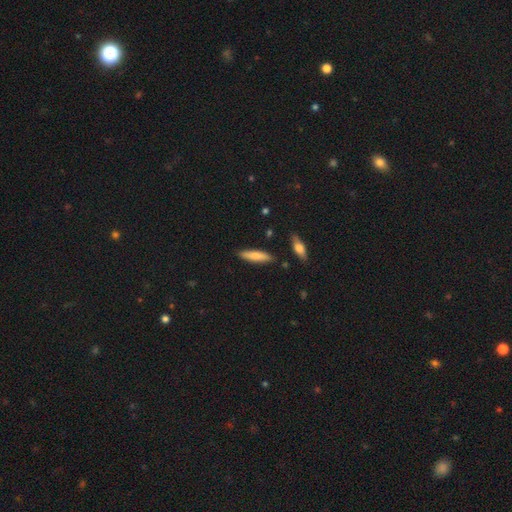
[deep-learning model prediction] A smooth galaxy with no disk features (73%) that is cigar-shaped (74%).

Vote fractions:
- Smooth or featured? smooth: 73% / featured or disk: 21% / star or artifact: 6%
- How rounded? cigar-shaped: 74% / in between: 25% / round: 2%
- Merging? none: 86% / minor disturbance: 9% / merger: 2% / major disturbance: 2%